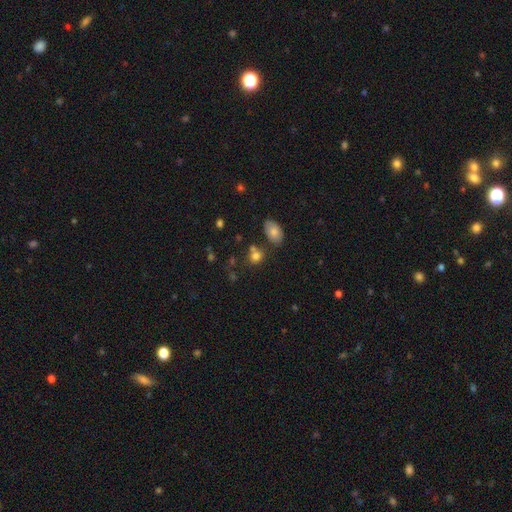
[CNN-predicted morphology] Smooth or featured? smooth (80%)
How rounded? round (62%)
Merging? none (60%)